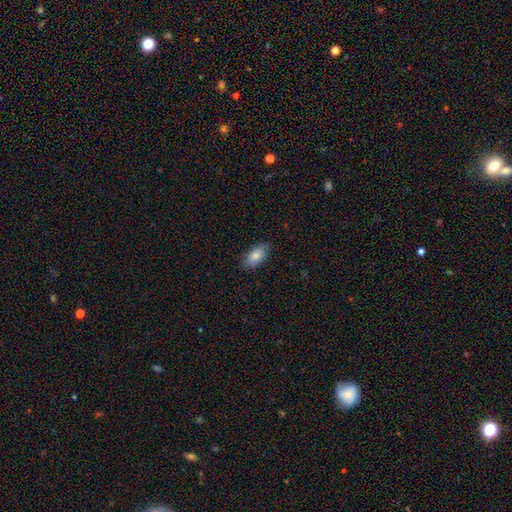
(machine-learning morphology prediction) Smooth or featured?
  - smooth: 83% *
  - featured or disk: 11%
  - star or artifact: 7%
How rounded?
  - in between: 93% *
  - round: 4%
  - cigar-shaped: 4%
Merging?
  - none: 85% *
  - minor disturbance: 12%
  - major disturbance: 2%
  - merger: 1%